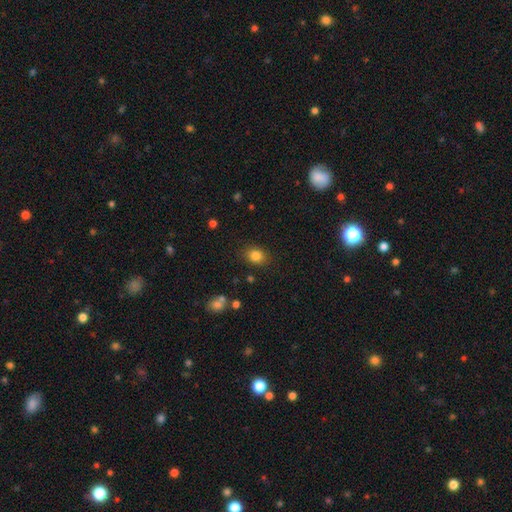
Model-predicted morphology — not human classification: Smooth or featured? smooth (83%)
How rounded? in between (51%)
Merging? none (83%)